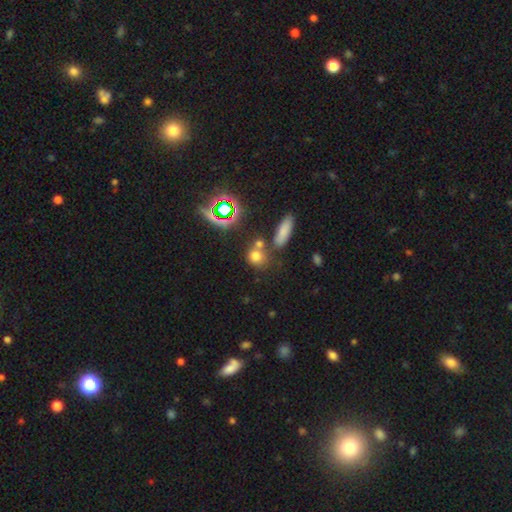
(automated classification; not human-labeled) A smooth galaxy with no disk features (66%) that is round (76%).

Vote fractions:
- Smooth or featured? smooth: 66% / star or artifact: 24% / featured or disk: 9%
- How rounded? round: 76% / in between: 21% / cigar-shaped: 3%
- Merging? none: 57% / merger: 27% / minor disturbance: 11% / major disturbance: 5%